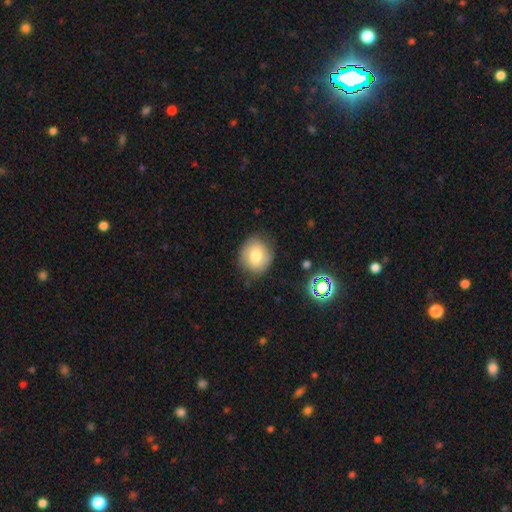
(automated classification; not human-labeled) Smooth or featured? Predicted: smooth (p=0.69). How rounded? Predicted: round (p=0.77). Merging? Predicted: none (p=0.78).